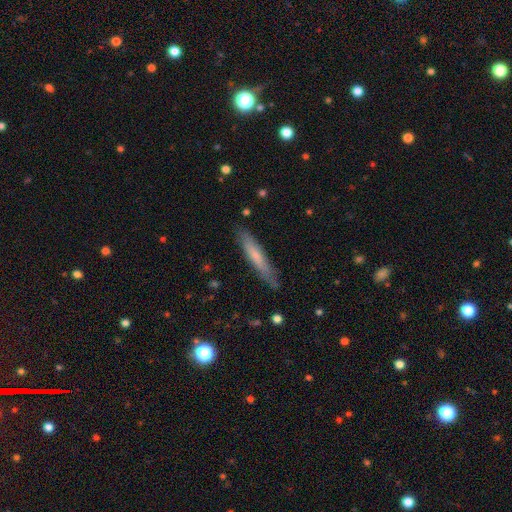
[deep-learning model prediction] A smooth galaxy with no disk features (59%) that is cigar-shaped (91%).

Vote fractions:
- Smooth or featured? smooth: 59% / featured or disk: 35% / star or artifact: 6%
- How rounded? cigar-shaped: 91% / in between: 8% / round: 1%
- Merging? none: 83% / minor disturbance: 13% / major disturbance: 2% / merger: 1%